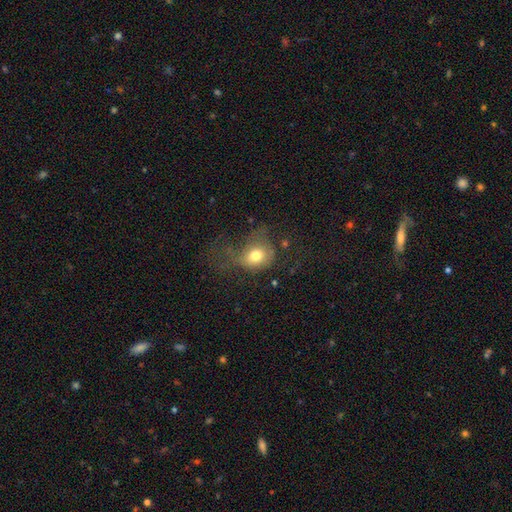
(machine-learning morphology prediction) type=smooth (71%); roundness=round (57%); merging=major disturbance (44%).